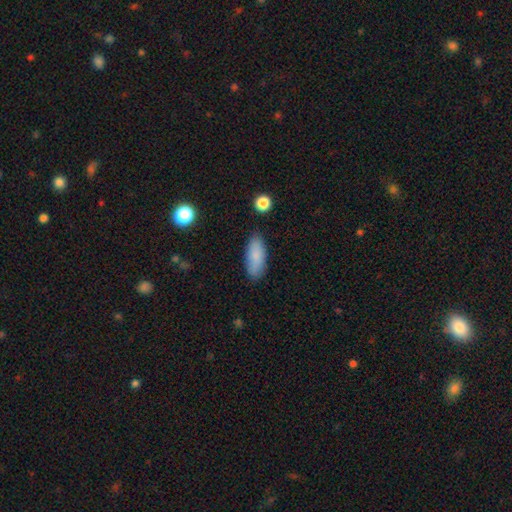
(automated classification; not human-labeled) Morphology: type=smooth (83%); roundness=in between (79%); merging=none (82%).